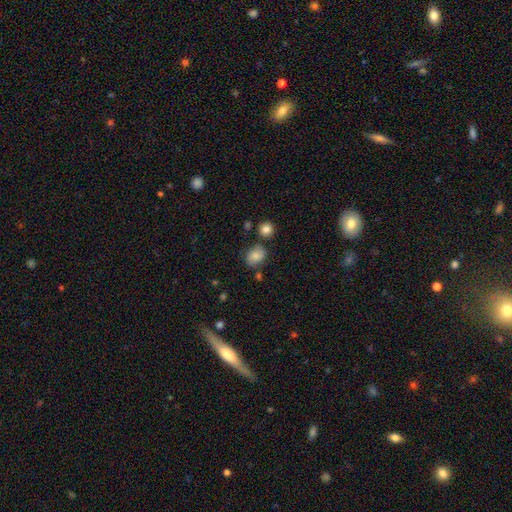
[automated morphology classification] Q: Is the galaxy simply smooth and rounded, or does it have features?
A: smooth — 81%.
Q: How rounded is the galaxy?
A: in between — 54%.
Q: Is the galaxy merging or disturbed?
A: none — 71%.